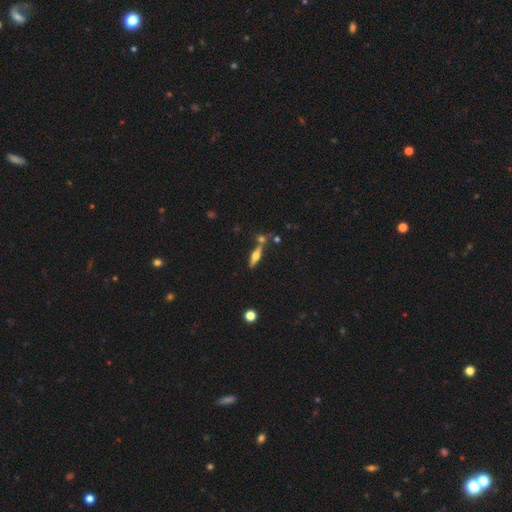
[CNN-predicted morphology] Smooth or featured?
  - featured or disk: 58% *
  - smooth: 34%
  - star or artifact: 8%
Edge-on disk?
  - yes: 93% *
  - no: 7%
Edge-on bulge?
  - rounded: 93% *
  - boxy: 4%
  - none: 3%
Merging?
  - none: 65% *
  - merger: 20%
  - minor disturbance: 11%
  - major disturbance: 4%